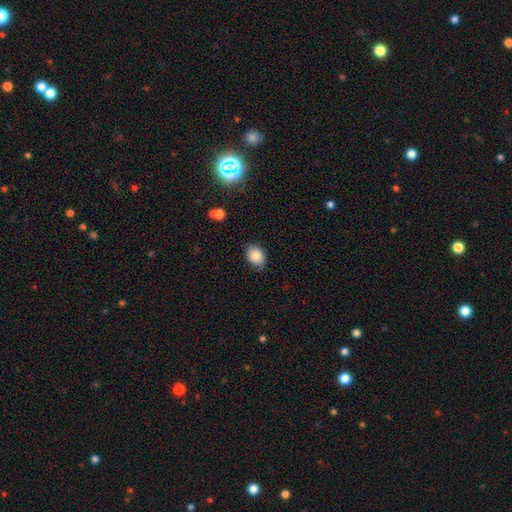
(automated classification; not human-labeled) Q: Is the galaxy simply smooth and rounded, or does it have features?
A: smooth — 86%.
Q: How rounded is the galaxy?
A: in between — 66%.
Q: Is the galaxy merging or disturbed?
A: none — 83%.